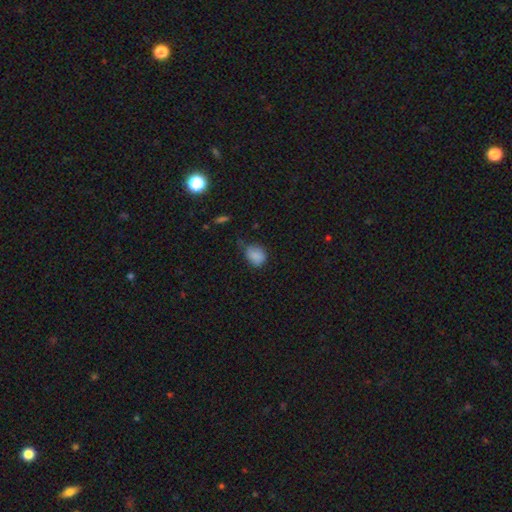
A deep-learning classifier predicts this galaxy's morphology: Smooth or featured: smooth — 83% (star or artifact — 10%)
How rounded: in between — 50% (round — 49%)
Merging: none — 47% (minor disturbance — 39%)